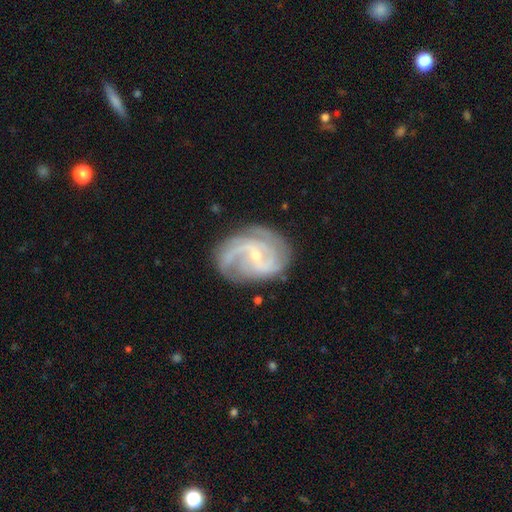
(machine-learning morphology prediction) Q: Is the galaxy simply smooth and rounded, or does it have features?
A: featured or disk — 88%.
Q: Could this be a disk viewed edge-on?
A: no — 98%.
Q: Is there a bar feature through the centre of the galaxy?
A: weak — 51%.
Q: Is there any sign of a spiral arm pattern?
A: yes — 96%.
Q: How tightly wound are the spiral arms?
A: medium — 49%.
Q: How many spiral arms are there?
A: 2 — 49%.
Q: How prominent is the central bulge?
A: small — 75%.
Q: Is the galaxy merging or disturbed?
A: none — 67%.